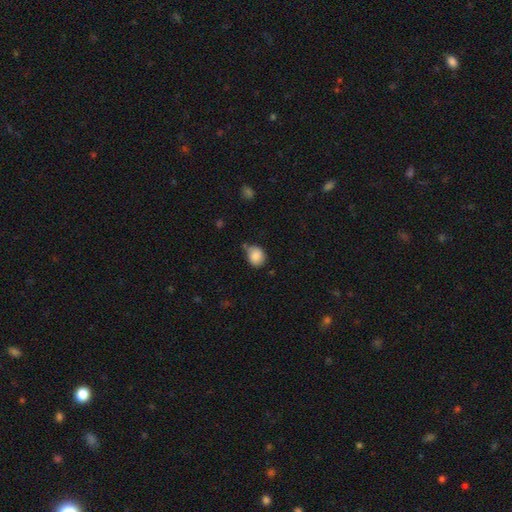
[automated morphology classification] smooth_or_featured: smooth (p=0.84) [alt: star or artifact p=0.08]
how_rounded: round (p=0.63) [alt: in between p=0.36]
merging: none (p=0.56) [alt: minor disturbance p=0.30]